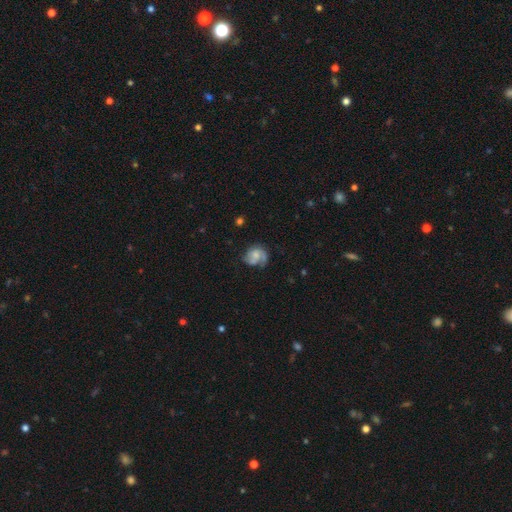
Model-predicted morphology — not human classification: featured or disk 56%, smooth 35%, star or artifact 9%. Down the decision tree: edge-on disk — no (98%); bar — no (75%); spiral arms — yes (74%); bulge size — moderate (38%); merging — none (42%).